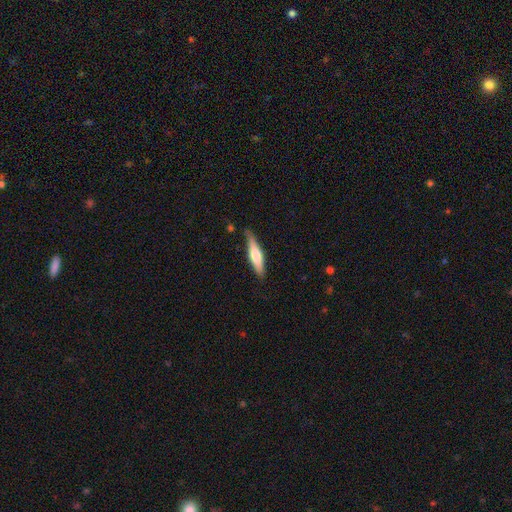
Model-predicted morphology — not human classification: This appears to be a smooth galaxy with no disk features (57%) that is cigar-shaped (73%). Merging: none (75%).